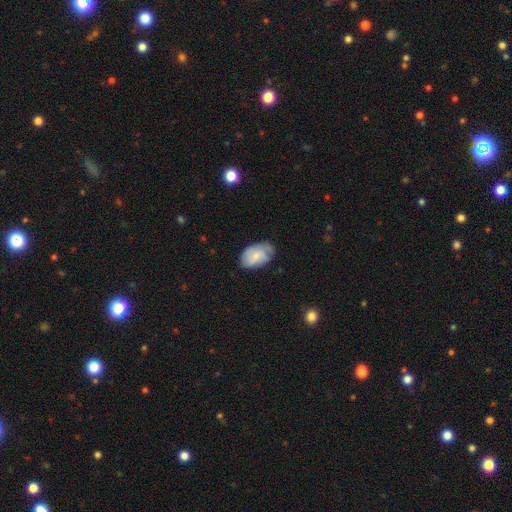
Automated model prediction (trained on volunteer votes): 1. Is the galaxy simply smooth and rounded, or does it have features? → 56% smooth, 37% featured or disk, 7% star or artifact.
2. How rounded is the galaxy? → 91% in between, 8% round, 1% cigar-shaped.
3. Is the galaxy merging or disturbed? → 60% none, 30% minor disturbance, 8% major disturbance, 2% merger.